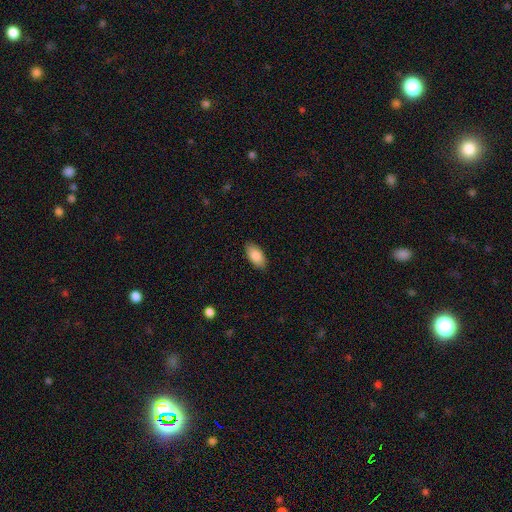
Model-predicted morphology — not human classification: Smooth or featured? smooth (89%)
How rounded? in between (93%)
Merging? none (88%)